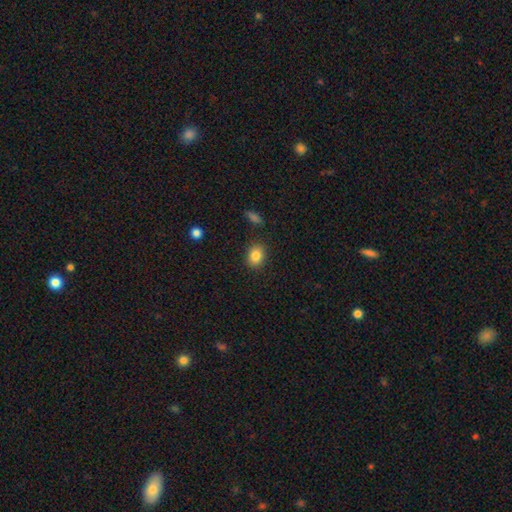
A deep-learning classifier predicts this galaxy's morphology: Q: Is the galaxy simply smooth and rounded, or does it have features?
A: smooth — 84%.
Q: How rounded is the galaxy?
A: in between — 54%.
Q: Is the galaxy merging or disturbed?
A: none — 87%.